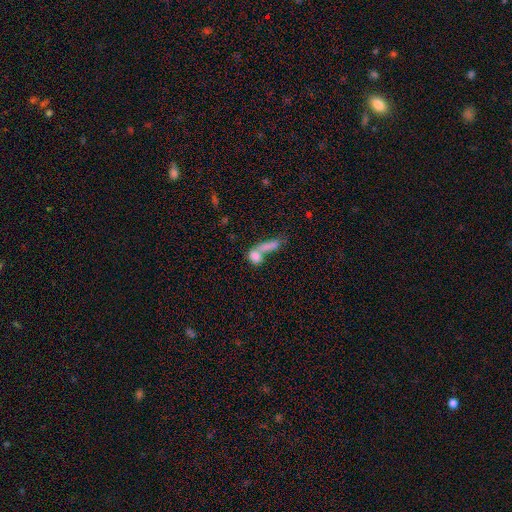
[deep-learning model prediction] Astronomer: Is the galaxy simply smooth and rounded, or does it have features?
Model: smooth — 77%.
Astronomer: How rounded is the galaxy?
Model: in between — 57%.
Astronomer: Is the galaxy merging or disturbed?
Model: merger — 60%.